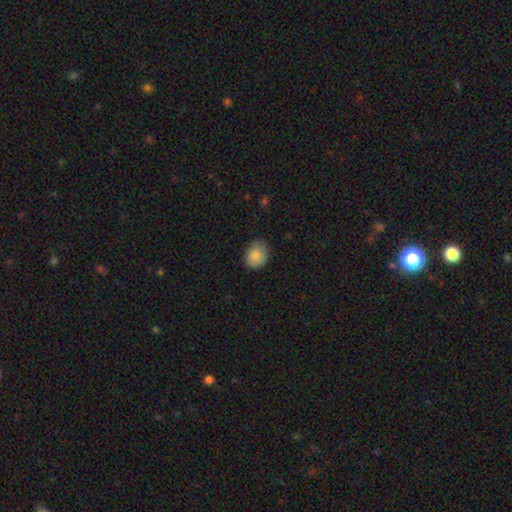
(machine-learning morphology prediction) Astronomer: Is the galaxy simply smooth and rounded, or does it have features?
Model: smooth — 85%.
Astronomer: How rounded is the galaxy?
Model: in between — 53% (runner-up: round, 46%).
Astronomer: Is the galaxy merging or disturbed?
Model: none — 66%.